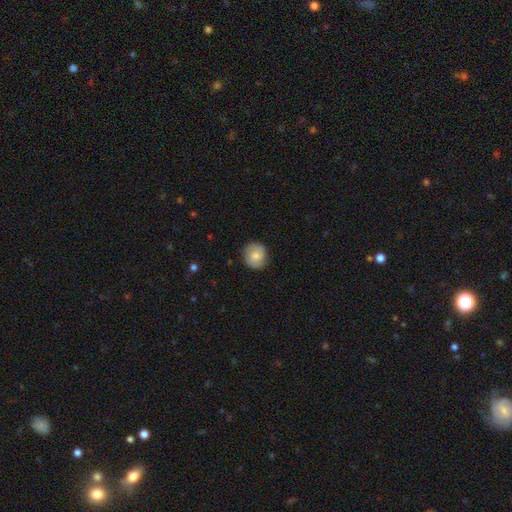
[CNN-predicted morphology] Overall: smooth (77%). How rounded: round (87%). Merging: none (84%).